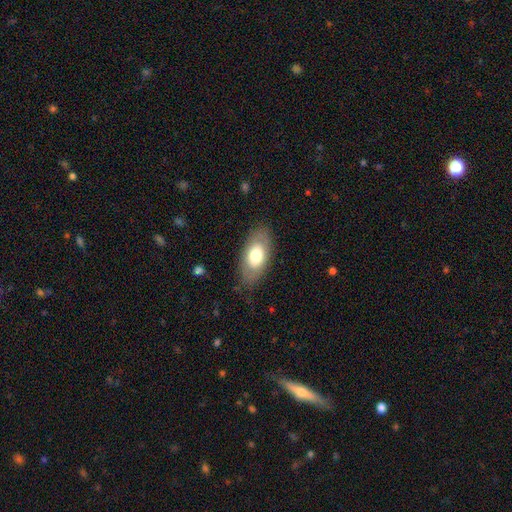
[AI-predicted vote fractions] smooth 66%, featured or disk 28%, star or artifact 6%. Down the decision tree: how rounded — in between (92%); merging — none (80%).